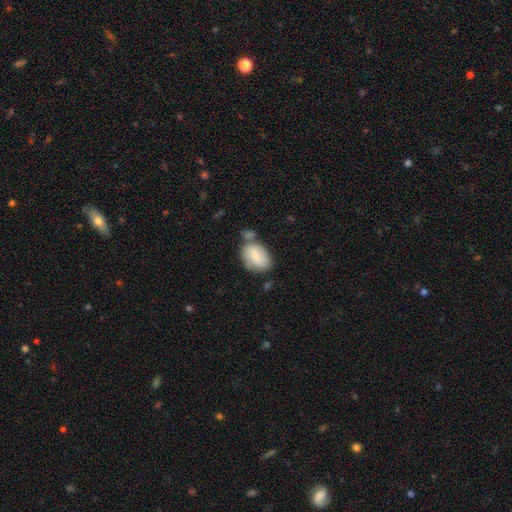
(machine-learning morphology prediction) smooth_or_featured: smooth (p=0.73) [alt: featured or disk p=0.21]
how_rounded: in between (p=0.83) [alt: round p=0.15]
merging: none (p=0.51) [alt: merger p=0.23]